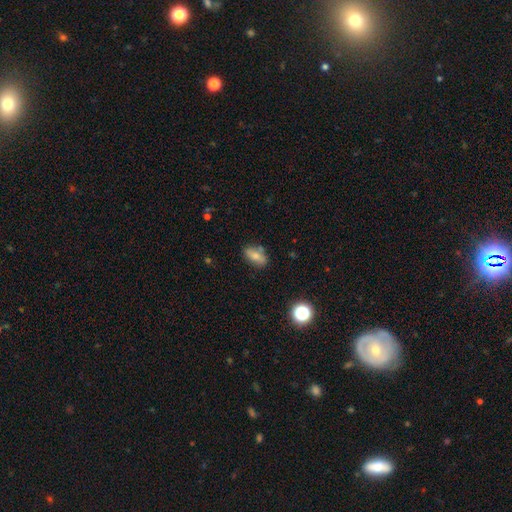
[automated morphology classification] This is likely a smooth galaxy (74%). How rounded: clearly in between (82%). Merging: likely none (76%).